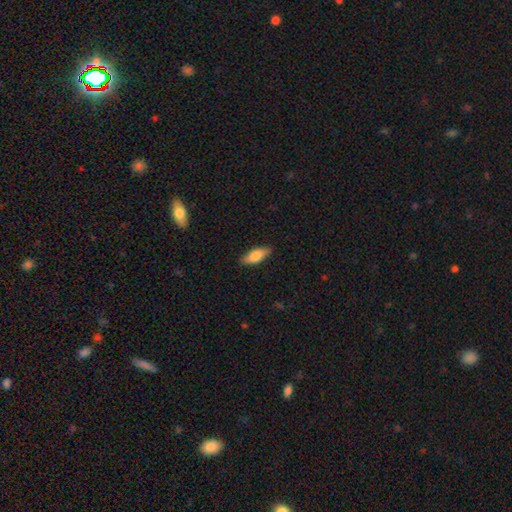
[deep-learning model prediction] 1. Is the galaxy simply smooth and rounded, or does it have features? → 80% smooth, 15% featured or disk, 6% star or artifact.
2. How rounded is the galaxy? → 72% in between, 26% cigar-shaped, 2% round.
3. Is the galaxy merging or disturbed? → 88% none, 9% minor disturbance, 2% major disturbance, 1% merger.